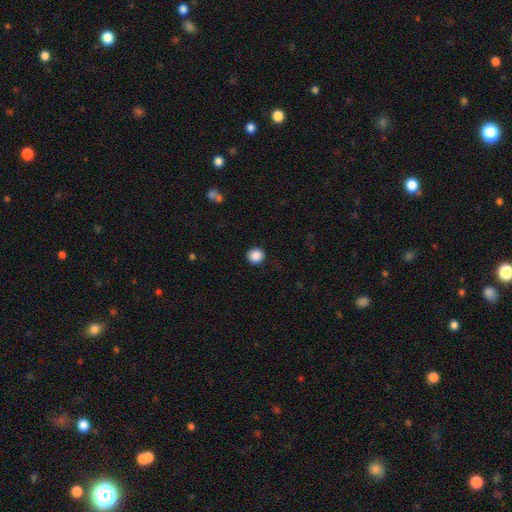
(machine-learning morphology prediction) smooth-or-featured: smooth: 88% | star or artifact: 9% | featured or disk: 2%
  how-rounded: round: 91% | in between: 8% | cigar-shaped: 1%
  merging: none: 91% | minor disturbance: 6% | major disturbance: 2% | merger: 1%